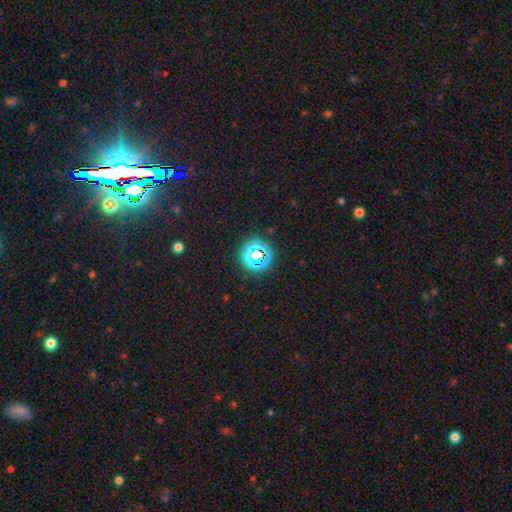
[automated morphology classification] type=star or artifact (72%).